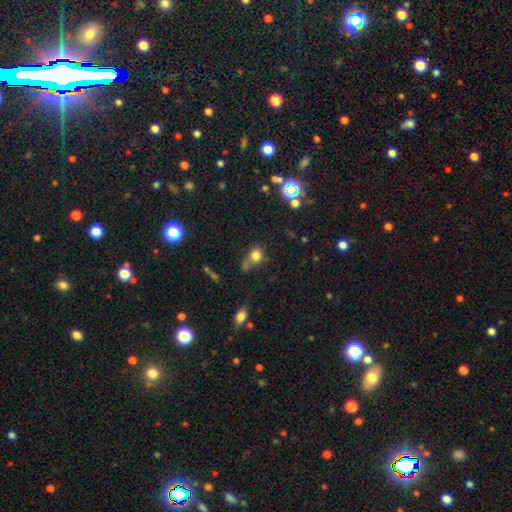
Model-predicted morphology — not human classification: The model was most divided on "merging": none: 53%, minor disturbance: 19%, merger: 19%, major disturbance: 8%. More confident: smooth or featured — smooth (78%); how rounded — round (75%).